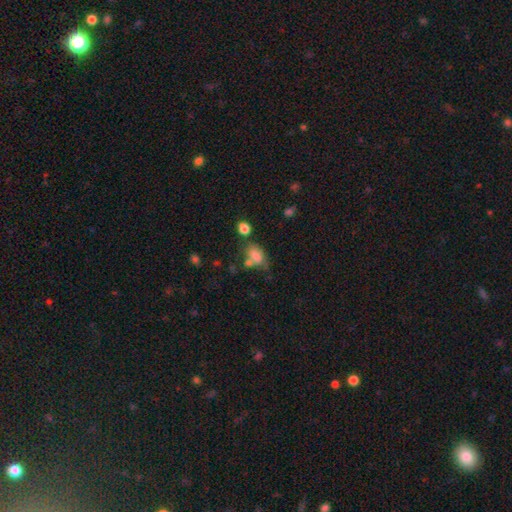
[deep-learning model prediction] Smooth or featured: smooth — 74% (featured or disk — 14%)
How rounded: in between — 83% (round — 14%)
Merging: none — 40% (merger — 24%)